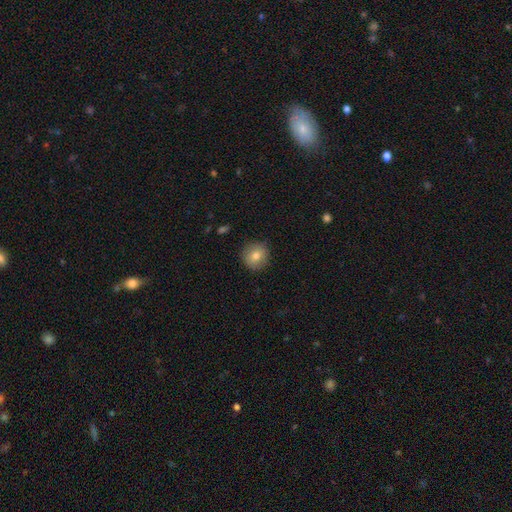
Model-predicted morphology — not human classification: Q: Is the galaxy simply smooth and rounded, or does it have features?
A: smooth — 79%.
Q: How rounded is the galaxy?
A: round — 93%.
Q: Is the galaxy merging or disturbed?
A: none — 89%.